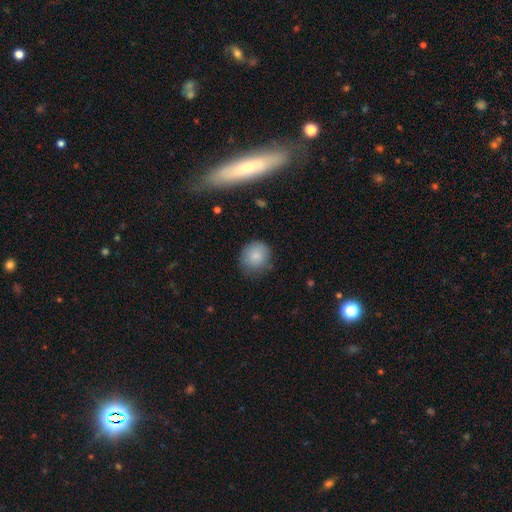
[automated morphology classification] smooth_or_featured: smooth (p=0.85) [alt: star or artifact p=0.08]
how_rounded: round (p=0.82) [alt: in between p=0.17]
merging: none (p=0.75) [alt: minor disturbance p=0.19]